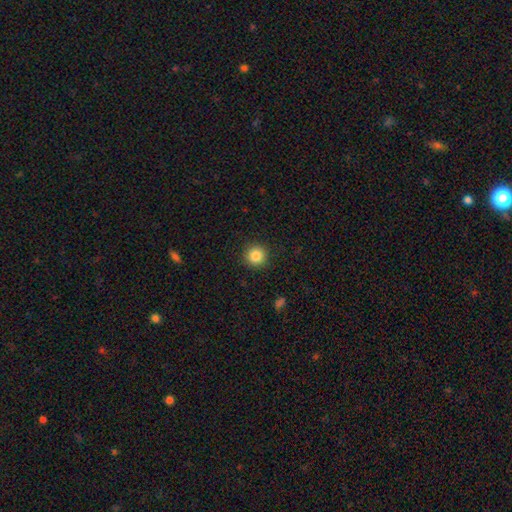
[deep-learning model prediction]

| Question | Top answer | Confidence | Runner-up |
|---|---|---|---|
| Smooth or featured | smooth | 85% | star or artifact (10%) |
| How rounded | round | 95% | in between (4%) |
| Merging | none | 92% | minor disturbance (5%) |